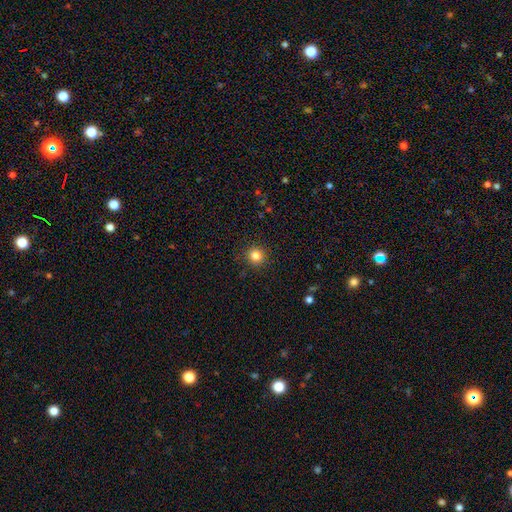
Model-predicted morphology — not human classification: This is clearly a smooth galaxy (83%). How rounded: clearly round (94%). Merging: clearly none (91%).